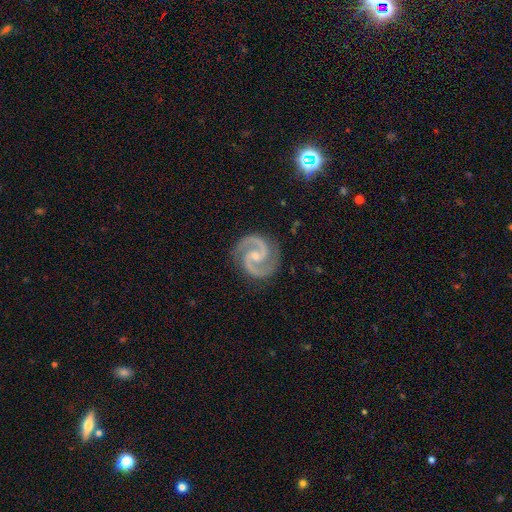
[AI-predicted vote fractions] This appears to be a featured or disk galaxy (94%) with no bar (47%), 2 (94%) medium (65%) spiral arms (99%) and a small central bulge (60%). Merging: none (87%).